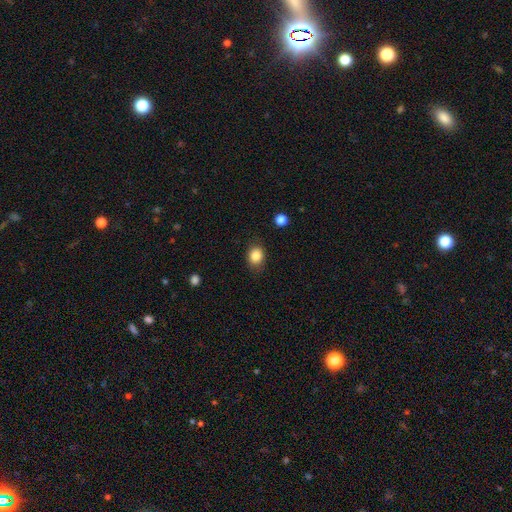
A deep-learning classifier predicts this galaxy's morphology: Smooth or featured: smooth — 85% (star or artifact — 9%)
How rounded: round — 52% (in between — 47%)
Merging: none — 81% (minor disturbance — 14%)